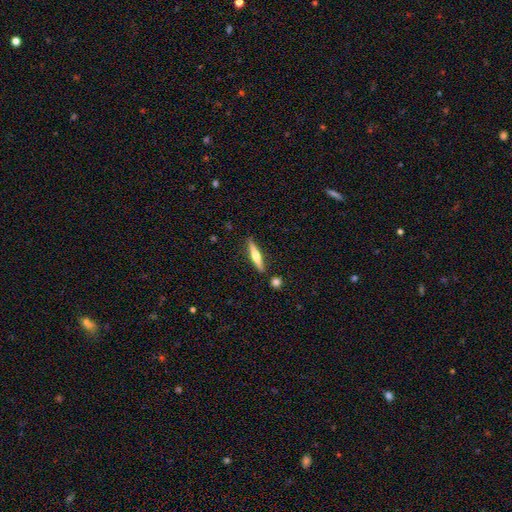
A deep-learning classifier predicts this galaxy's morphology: Q: Smooth or featured?
A: featured or disk (50%); runner-up: smooth (45%)
Q: Merging?
A: none (86%); runner-up: minor disturbance (8%)